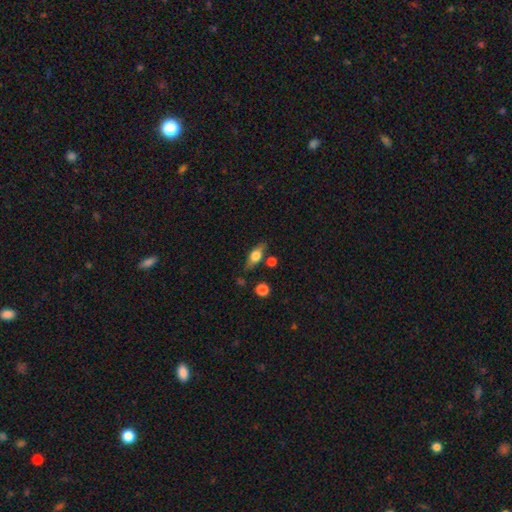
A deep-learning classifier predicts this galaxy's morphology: Smooth or featured?
  - smooth: 61% *
  - featured or disk: 31%
  - star or artifact: 8%
How rounded?
  - in between: 70% *
  - cigar-shaped: 23%
  - round: 7%
Merging?
  - none: 75% *
  - minor disturbance: 15%
  - merger: 6%
  - major disturbance: 4%